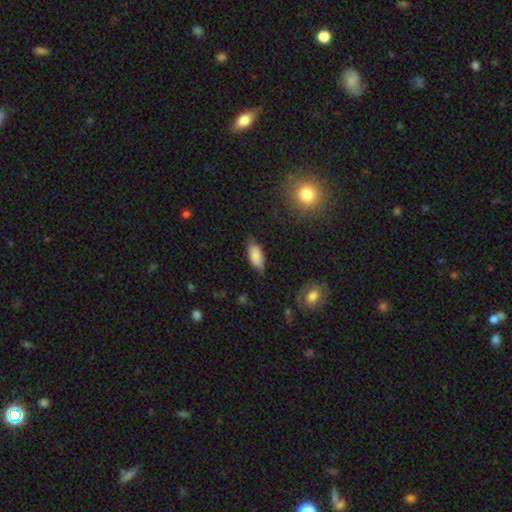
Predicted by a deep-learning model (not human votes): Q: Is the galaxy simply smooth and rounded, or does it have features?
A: smooth — 82%.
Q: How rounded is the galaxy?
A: in between — 85%.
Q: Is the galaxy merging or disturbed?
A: none — 72%.